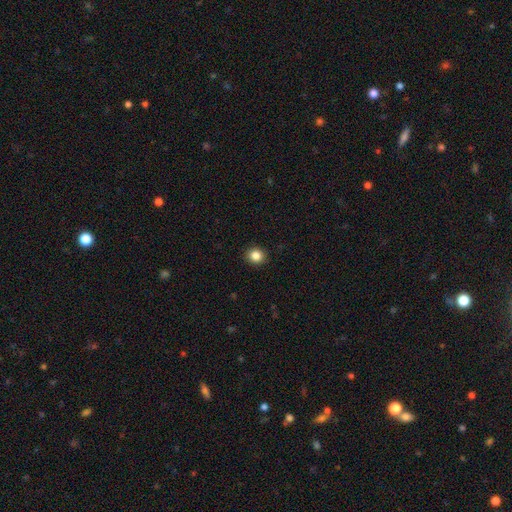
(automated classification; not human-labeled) Smooth or featured? smooth (85%)
How rounded? round (86%)
Merging? none (92%)